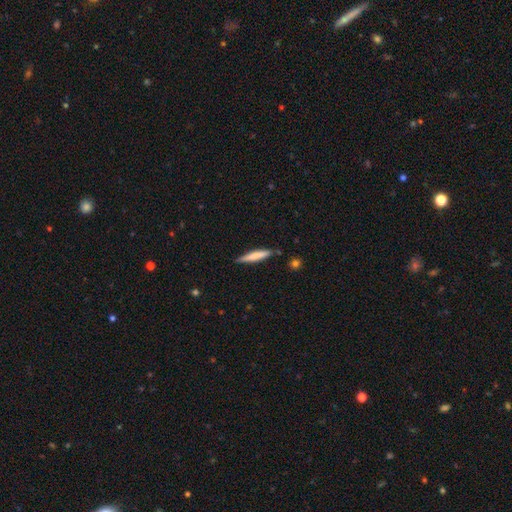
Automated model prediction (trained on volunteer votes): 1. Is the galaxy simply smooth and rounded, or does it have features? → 68% smooth, 27% featured or disk, 5% star or artifact.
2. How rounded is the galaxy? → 92% cigar-shaped, 7% in between, 1% round.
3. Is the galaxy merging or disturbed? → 85% none, 11% minor disturbance, 2% merger, 2% major disturbance.